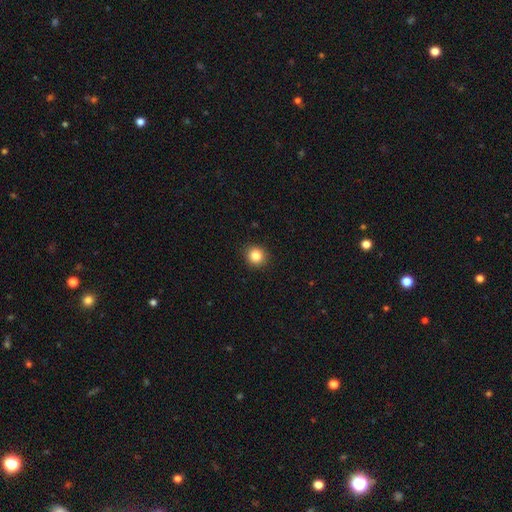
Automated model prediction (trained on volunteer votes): Smooth or featured? smooth (84%)
How rounded? round (90%)
Merging? none (92%)